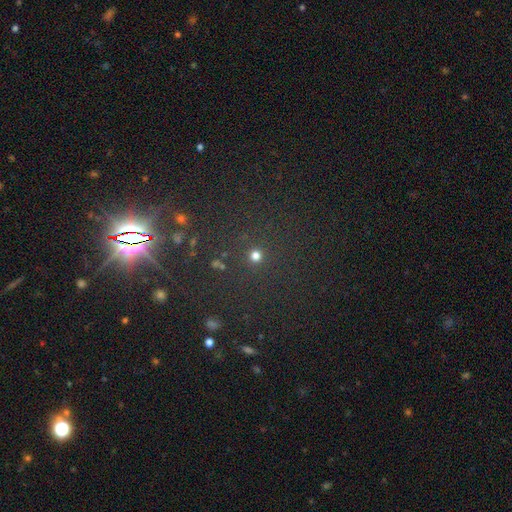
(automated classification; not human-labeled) Overall: smooth (66%; star or artifact 27%). How rounded: round (93%). Merging: none (85%).